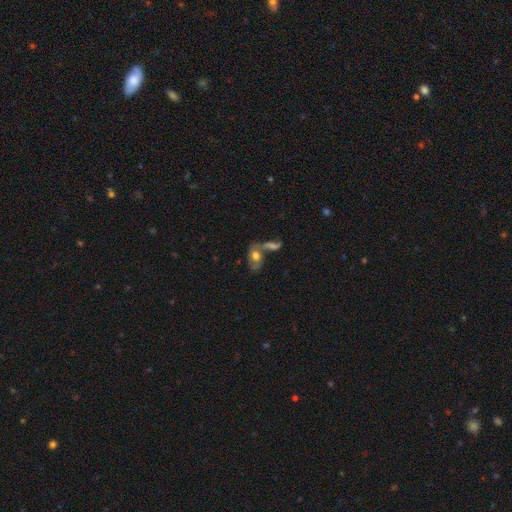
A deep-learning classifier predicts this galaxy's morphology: This appears to be a smooth galaxy with no disk features (57%) that is in between round and cigar-shaped (84%). Merging: merger (49%).